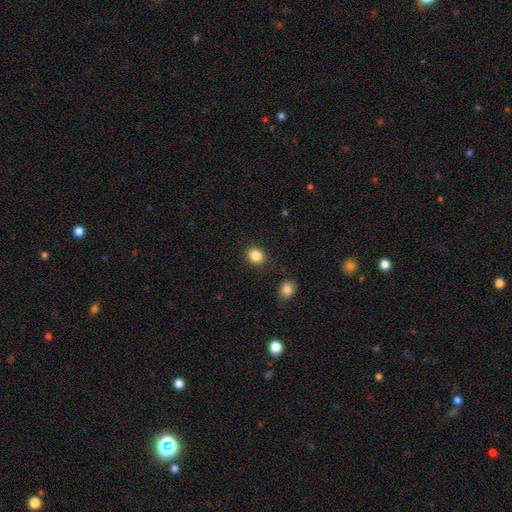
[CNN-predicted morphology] Overall: smooth (86%). How rounded: round (63%; in between 36%). Merging: none (86%).